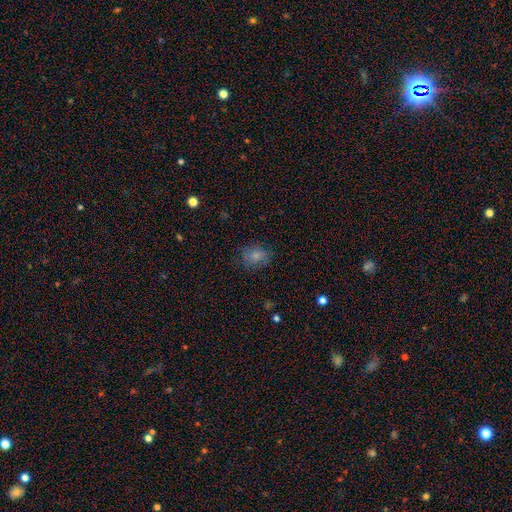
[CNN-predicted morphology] Smooth or featured: smooth — 78% (featured or disk — 11%)
How rounded: round — 61% (in between — 38%)
Merging: none — 73% (minor disturbance — 19%)